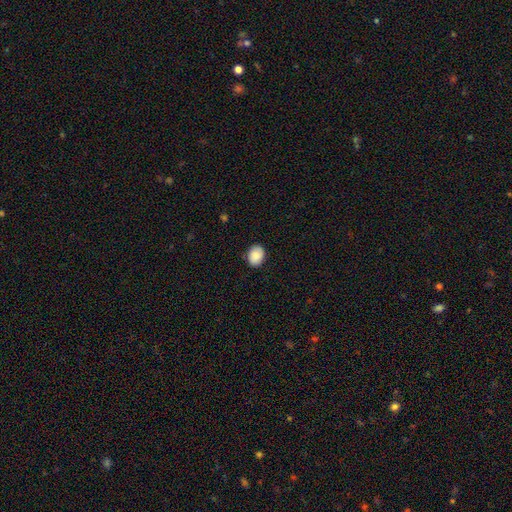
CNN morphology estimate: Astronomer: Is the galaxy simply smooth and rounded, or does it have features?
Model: smooth — 85%.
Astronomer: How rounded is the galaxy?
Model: in between — 64%.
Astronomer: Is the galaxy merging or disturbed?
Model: none — 84%.